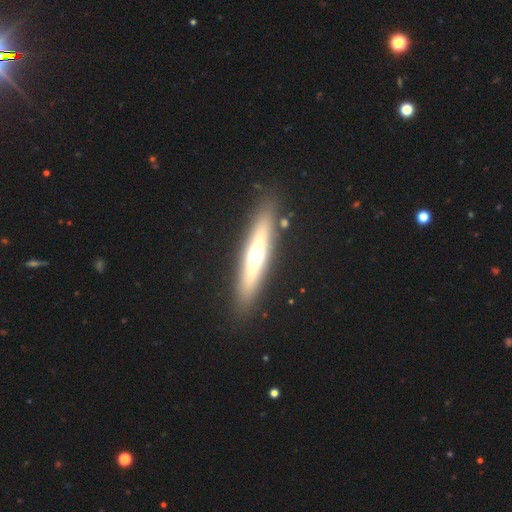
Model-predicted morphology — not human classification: smooth_or_featured: featured or disk (p=0.57) [alt: smooth p=0.36]
disk_edge_on: yes (p=0.89) [alt: no p=0.11]
edge_on_bulge: rounded (p=0.89) [alt: none p=0.07]
merging: none (p=0.88) [alt: minor disturbance p=0.08]